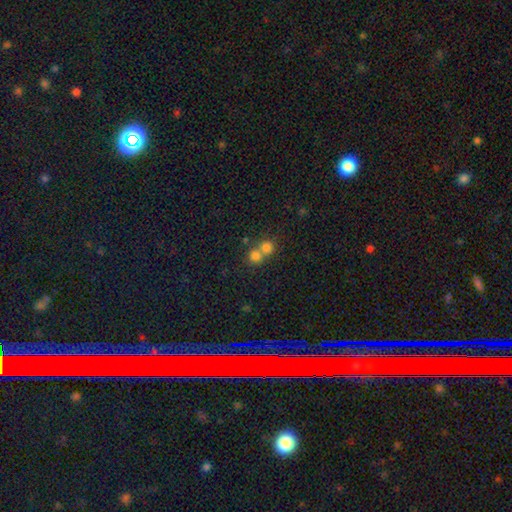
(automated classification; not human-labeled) smooth_or_featured: smooth (p=0.77) [alt: star or artifact p=0.13]
how_rounded: round (p=0.86) [alt: in between p=0.13]
merging: merger (p=0.57) [alt: none p=0.37]